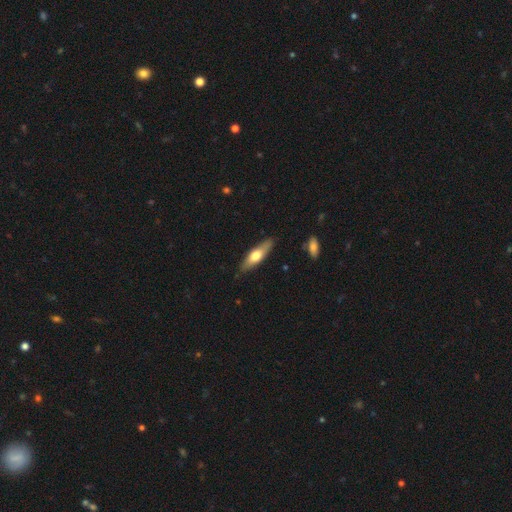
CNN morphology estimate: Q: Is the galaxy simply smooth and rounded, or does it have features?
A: smooth — 54%.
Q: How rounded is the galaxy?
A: cigar-shaped — 60%.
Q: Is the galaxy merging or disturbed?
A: none — 85%.